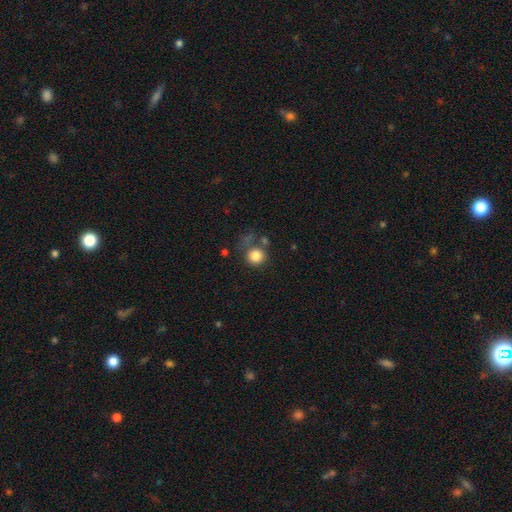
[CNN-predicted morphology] A smooth galaxy with no disk features (83%) that is round (92%).

Vote fractions:
- Smooth or featured? smooth: 83% / star or artifact: 11% / featured or disk: 6%
- How rounded? round: 92% / in between: 7% / cigar-shaped: 1%
- Merging? none: 66% / minor disturbance: 14% / merger: 12% / major disturbance: 8%